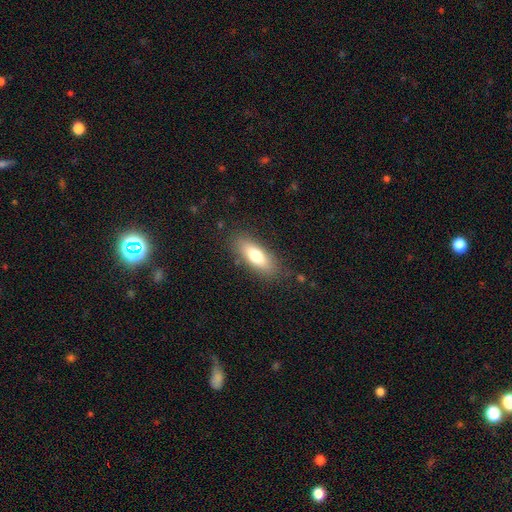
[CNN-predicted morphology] Smooth or featured? smooth (74%)
How rounded? in between (67%)
Merging? none (83%)